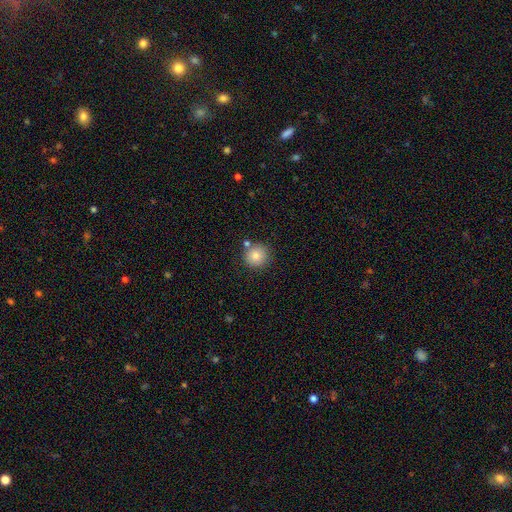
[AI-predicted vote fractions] Smooth or featured? Predicted: smooth (p=0.83). How rounded? Predicted: round (p=0.93). Merging? Predicted: none (p=0.79).